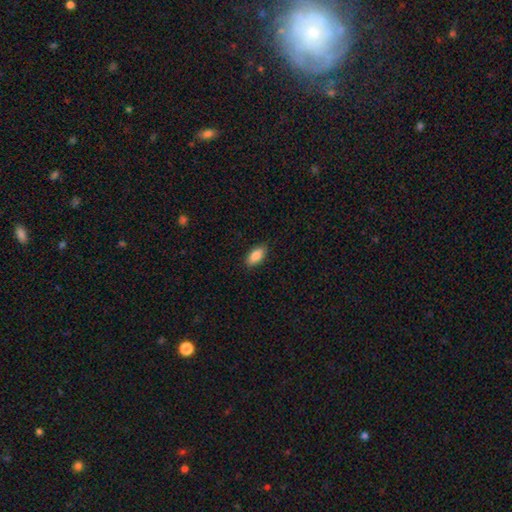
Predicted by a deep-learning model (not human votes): This appears to be a smooth galaxy with no disk features (87%) that is in between round and cigar-shaped (89%). Merging: none (87%).